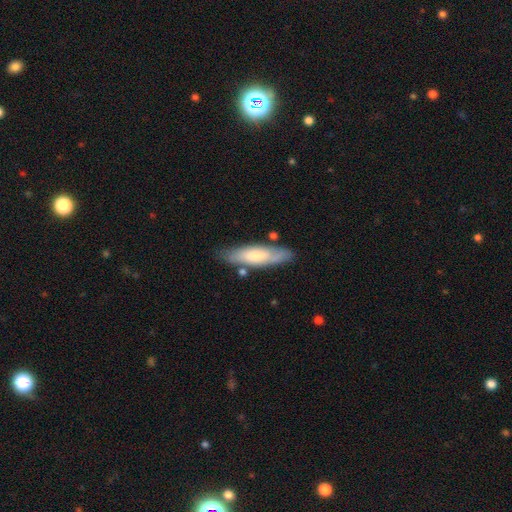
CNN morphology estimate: This appears to be a smooth galaxy with no disk features (64%) that is cigar-shaped (63%). Merging: none (76%).